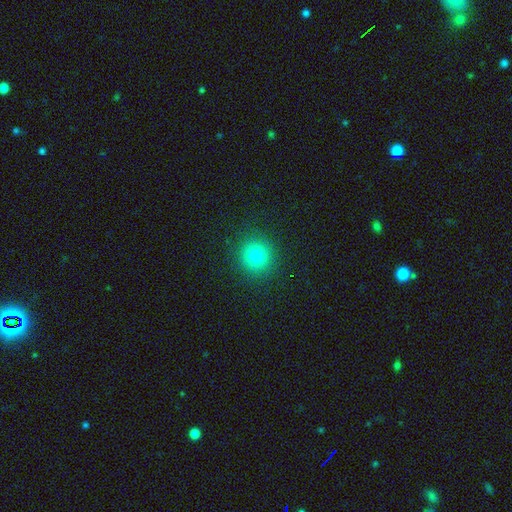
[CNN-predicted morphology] The model was most divided on "smooth or featured": smooth: 79%, star or artifact: 14%, featured or disk: 7%. More confident: how rounded — round (93%); merging — none (91%).